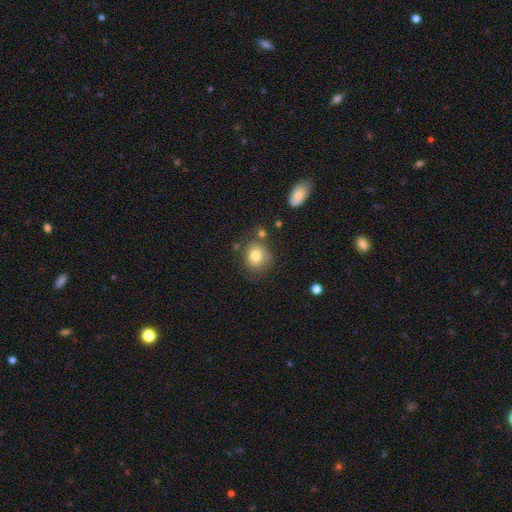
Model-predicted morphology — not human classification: Smooth or featured?
  - smooth: 76% *
  - featured or disk: 14%
  - star or artifact: 9%
How rounded?
  - round: 73% *
  - in between: 27%
  - cigar-shaped: 1%
Merging?
  - none: 65% *
  - minor disturbance: 20%
  - major disturbance: 8%
  - merger: 7%